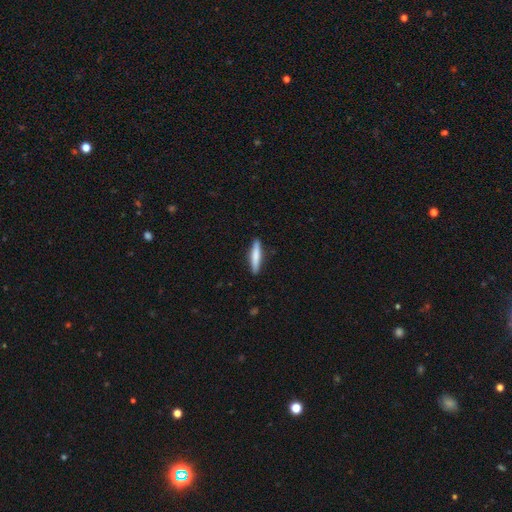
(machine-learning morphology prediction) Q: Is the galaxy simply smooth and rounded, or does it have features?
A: smooth — 71%.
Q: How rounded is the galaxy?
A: cigar-shaped — 89%.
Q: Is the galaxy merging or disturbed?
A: none — 90%.